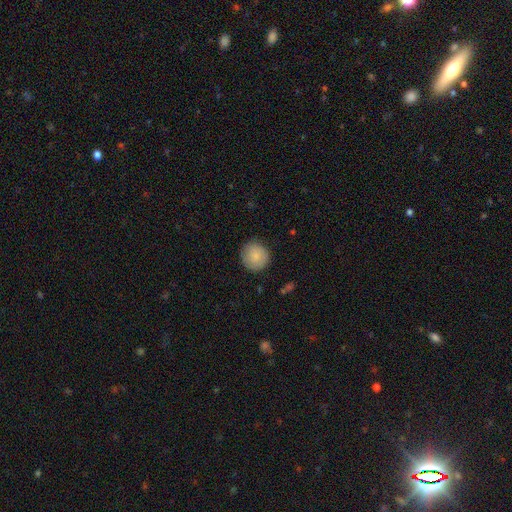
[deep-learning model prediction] Smooth or featured?
  - smooth: 85% *
  - featured or disk: 8%
  - star or artifact: 7%
How rounded?
  - round: 94% *
  - in between: 5%
  - cigar-shaped: 1%
Merging?
  - none: 87% *
  - minor disturbance: 10%
  - major disturbance: 2%
  - merger: 1%